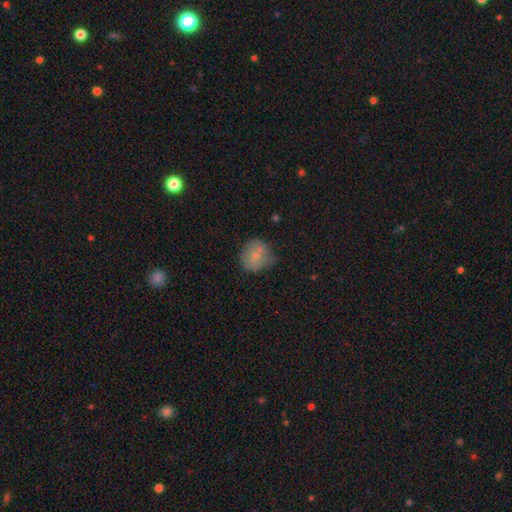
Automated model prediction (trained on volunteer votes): The model was most divided on "merging": none: 63%, minor disturbance: 28%, major disturbance: 7%, merger: 2%. More confident: how rounded — round (77%); smooth or featured — smooth (72%).